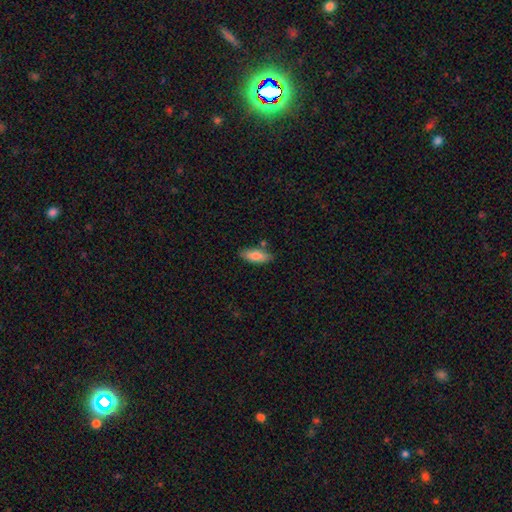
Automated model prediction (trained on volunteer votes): A smooth galaxy with no disk features (80%) that is in between round and cigar-shaped (74%).

Vote fractions:
- Smooth or featured? smooth: 80% / featured or disk: 14% / star or artifact: 6%
- How rounded? in between: 74% / cigar-shaped: 24% / round: 2%
- Merging? none: 77% / minor disturbance: 15% / merger: 6% / major disturbance: 3%